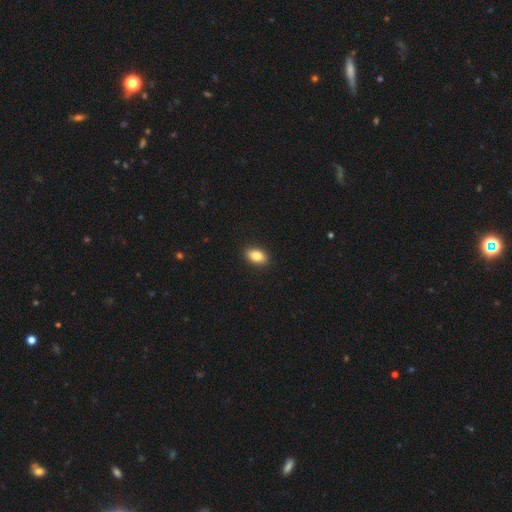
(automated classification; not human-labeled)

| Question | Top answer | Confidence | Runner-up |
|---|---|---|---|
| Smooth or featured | smooth | 86% | star or artifact (8%) |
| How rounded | in between | 89% | round (8%) |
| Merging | none | 90% | minor disturbance (7%) |